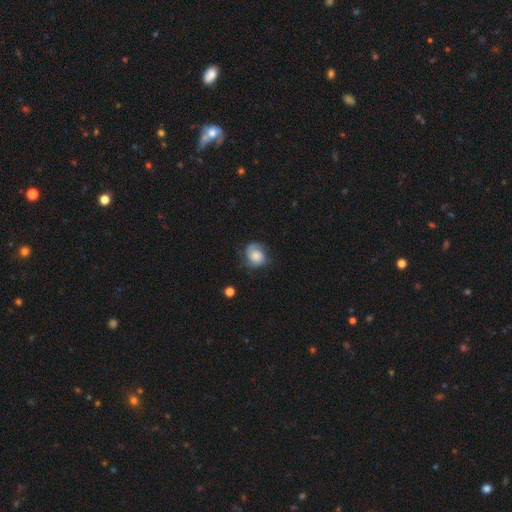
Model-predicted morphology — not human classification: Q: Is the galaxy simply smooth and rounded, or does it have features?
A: smooth — 49%.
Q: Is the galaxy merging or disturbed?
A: none — 59%.